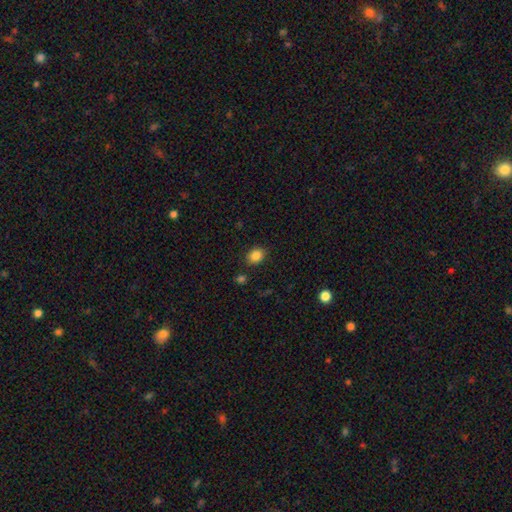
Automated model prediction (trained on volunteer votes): Smooth or featured?
  - smooth: 85% *
  - star or artifact: 10%
  - featured or disk: 5%
How rounded?
  - in between: 50% *
  - round: 49%
  - cigar-shaped: 1%
Merging?
  - none: 85% *
  - minor disturbance: 10%
  - merger: 3%
  - major disturbance: 3%